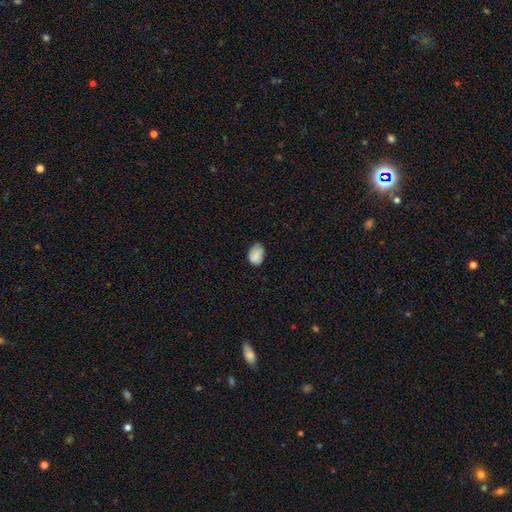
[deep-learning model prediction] Smooth or featured? smooth (81%)
How rounded? in between (77%)
Merging? none (60%)